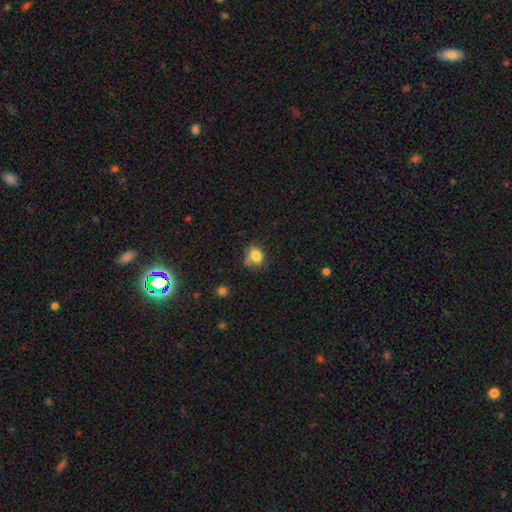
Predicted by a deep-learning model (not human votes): Smooth or featured? smooth (79%)
How rounded? in between (65%)
Merging? none (48%)